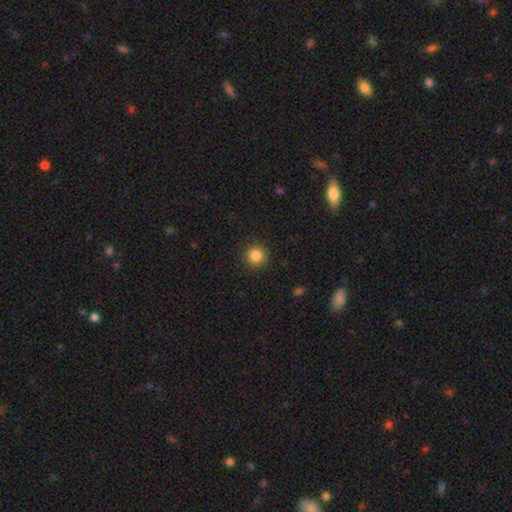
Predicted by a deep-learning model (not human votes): smooth 84%, star or artifact 11%, featured or disk 5%. Down the decision tree: how rounded — round (95%); merging — none (92%).